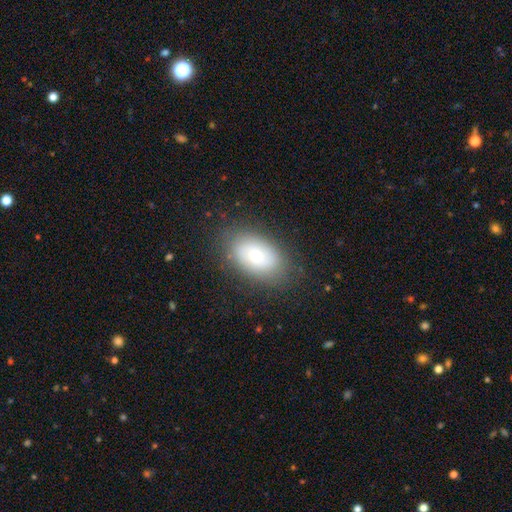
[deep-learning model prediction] Smooth or featured? Predicted: smooth (p=0.70). How rounded? Predicted: in between (p=0.89). Merging? Predicted: none (p=0.81).